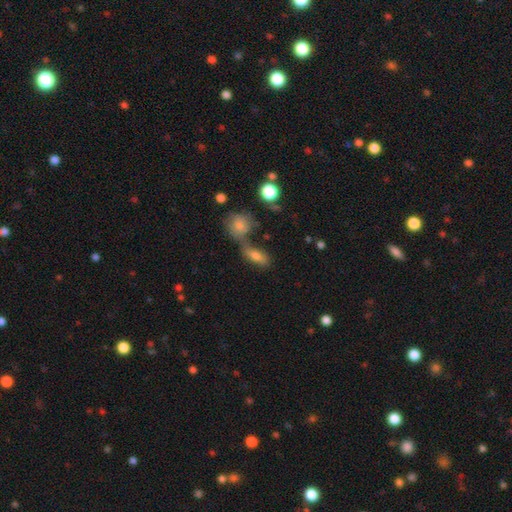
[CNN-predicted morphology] A smooth galaxy with no disk features (70%) that is in between round and cigar-shaped (74%). Merging: merger (44%).